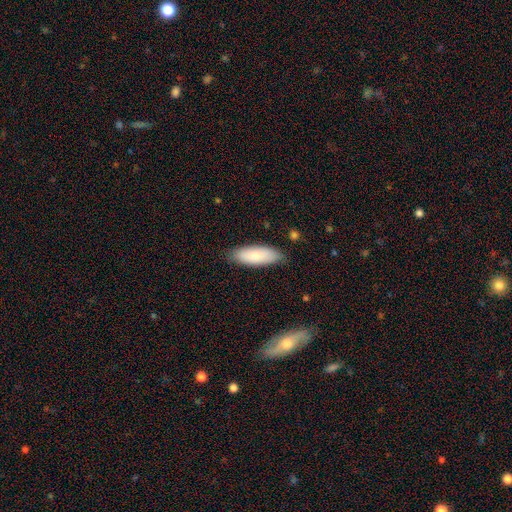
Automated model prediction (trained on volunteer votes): smooth_or_featured: smooth (p=0.82) [alt: featured or disk p=0.12]
how_rounded: in between (p=0.69) [alt: cigar-shaped p=0.29]
merging: none (p=0.82) [alt: minor disturbance p=0.14]